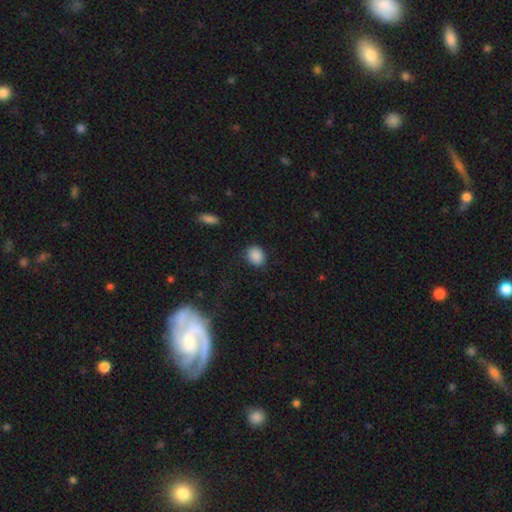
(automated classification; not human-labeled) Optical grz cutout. It shows a smooth galaxy with no disk features (88%) that is round (50%). Merging: none (84%).